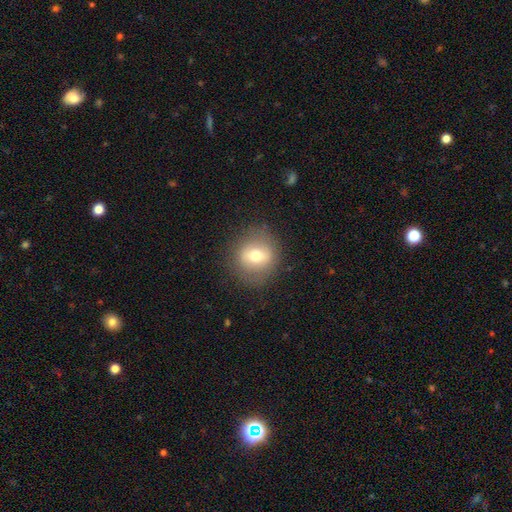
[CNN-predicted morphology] smooth_or_featured: smooth (p=0.60) [alt: featured or disk p=0.31]
how_rounded: round (p=0.82) [alt: in between p=0.17]
merging: none (p=0.83) [alt: minor disturbance p=0.11]